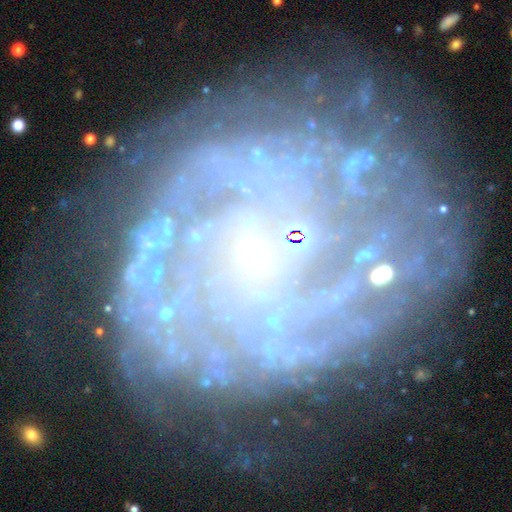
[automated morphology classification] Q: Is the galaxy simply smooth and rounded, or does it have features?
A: featured or disk — 83%.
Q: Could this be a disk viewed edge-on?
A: no — 98%.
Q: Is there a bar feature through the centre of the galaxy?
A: no — 68%.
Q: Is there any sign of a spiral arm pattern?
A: yes — 92%.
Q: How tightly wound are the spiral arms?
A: tight — 62%.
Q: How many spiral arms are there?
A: can't tell — 29%.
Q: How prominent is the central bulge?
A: small — 67%.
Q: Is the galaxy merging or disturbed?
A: none — 65%.